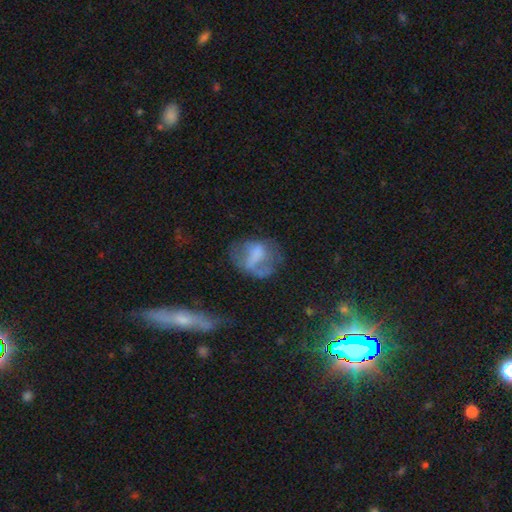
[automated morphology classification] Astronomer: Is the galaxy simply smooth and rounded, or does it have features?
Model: smooth — 46% (runner-up: featured or disk, 42%).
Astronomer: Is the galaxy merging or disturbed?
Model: none — 37% (runner-up: major disturbance, 34%).